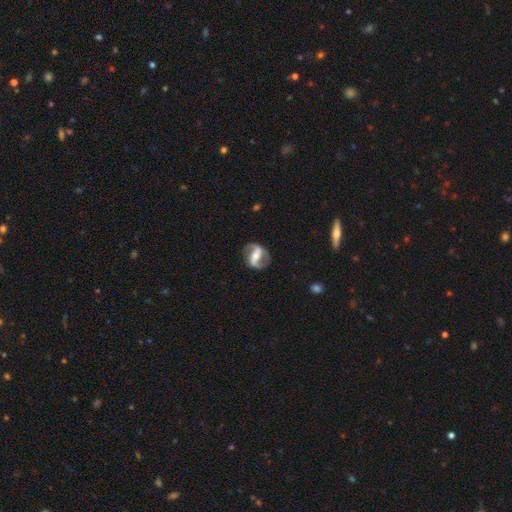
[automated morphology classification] Overall: featured or disk (86%). Edge-on disk: no (95%). Bar: strong (63%; weak 25%). Spiral arms: yes (91%). Spiral arm count: 2 (92%). Spiral winding: medium (44%; loose 37%). Bulge size: moderate (56%; small 35%). Merging: none (82%).